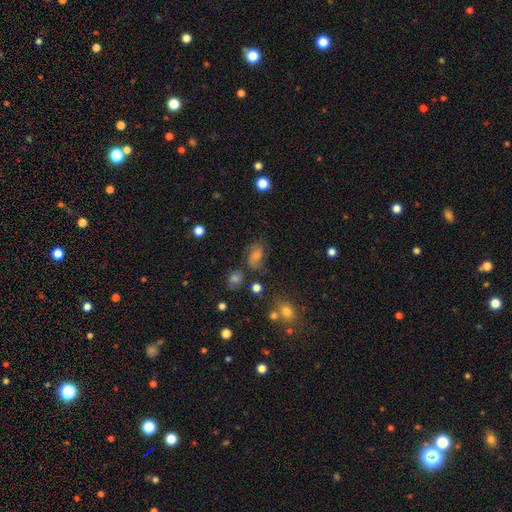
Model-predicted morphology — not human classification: A featured or disk galaxy (43%).

Vote fractions:
- Smooth or featured? featured or disk: 43% / smooth: 32% / star or artifact: 25%
- Merging? none: 58% / minor disturbance: 21% / major disturbance: 15% / merger: 6%